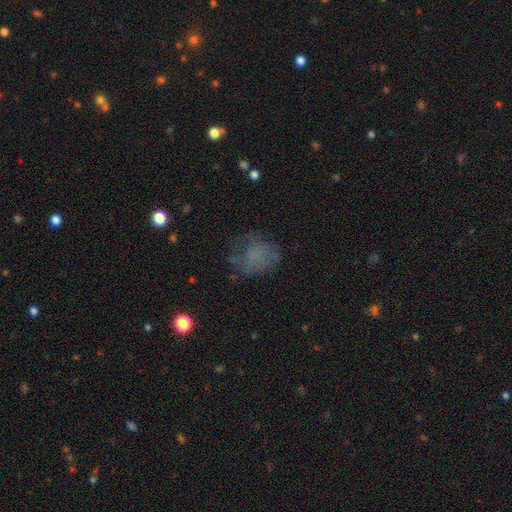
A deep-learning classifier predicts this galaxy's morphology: type=smooth (55%); roundness=round (52%); merging=none (50%).